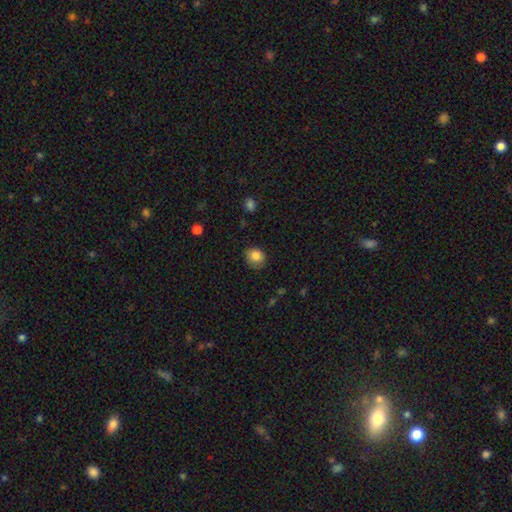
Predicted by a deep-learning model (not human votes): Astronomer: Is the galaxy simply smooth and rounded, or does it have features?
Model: smooth — 83%.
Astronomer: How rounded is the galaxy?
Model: round — 76%.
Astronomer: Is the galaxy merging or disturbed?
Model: none — 79%.